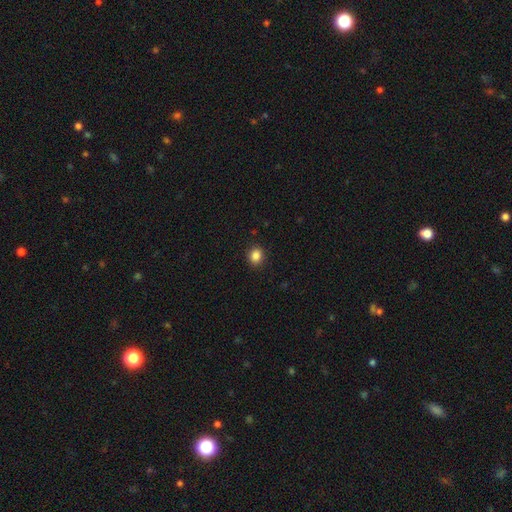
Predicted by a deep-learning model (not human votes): smooth 86%, star or artifact 11%, featured or disk 3%. Down the decision tree: how rounded — round (75%); merging — none (90%).